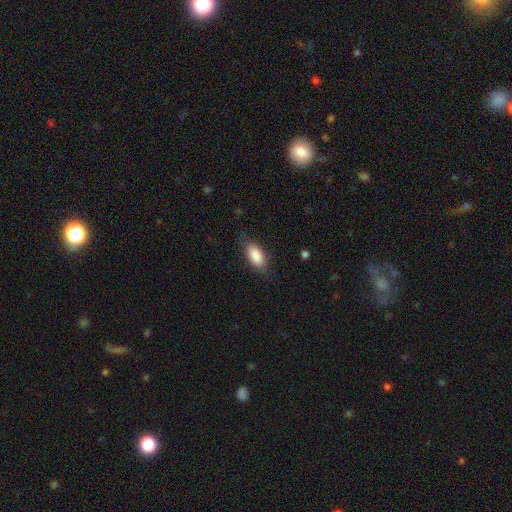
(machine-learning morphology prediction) type=smooth (87%); roundness=in between (88%); merging=none (78%).